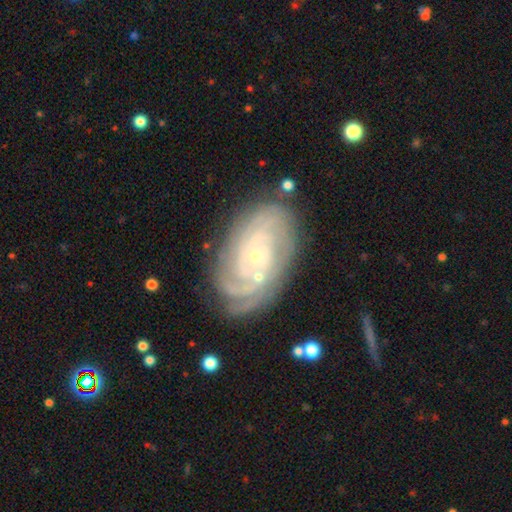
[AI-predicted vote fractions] A featured or disk galaxy (86%) with no bar (73%), tight (77%) spiral arms (97%) and a small central bulge (83%).

Vote fractions:
- Smooth or featured? featured or disk: 86% / smooth: 8% / star or artifact: 6%
- Edge-on disk? no: 96% / yes: 4%
- Bar? no: 73% / weak: 21% / strong: 6%
- Spiral arms? yes: 97% / no: 3%
- Spiral winding? tight: 77% / medium: 19% / loose: 4%
- Spiral arm count? can't tell: 26% / 2: 20% / 3: 20% / 4: 19% / more than 4: 9% / 1: 6%
- Bulge size? small: 83% / moderate: 12% / none: 3% / large: 1% / dominant: 1%
- Merging? none: 74% / minor disturbance: 16% / major disturbance: 6% / merger: 4%